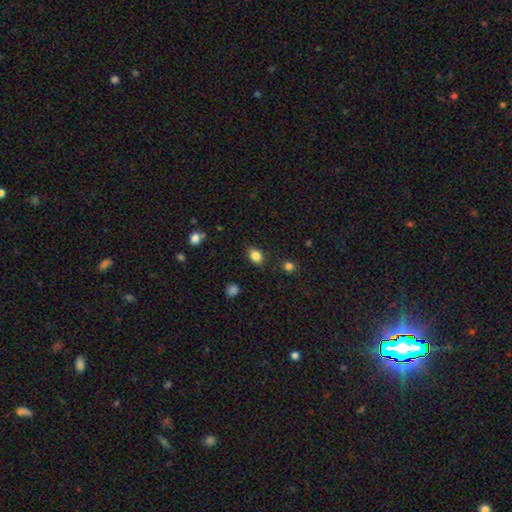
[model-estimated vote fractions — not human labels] Q: Smooth or featured?
A: smooth (84%); runner-up: star or artifact (10%)
Q: How rounded?
A: in between (69%); runner-up: round (30%)
Q: Merging?
A: none (84%); runner-up: minor disturbance (11%)